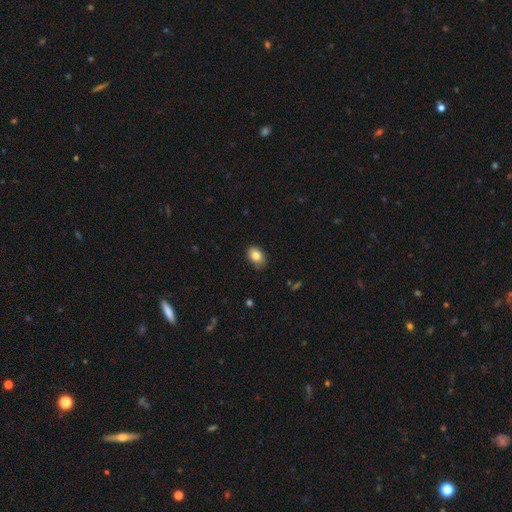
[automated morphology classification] A smooth galaxy with no disk features (82%) that is in between round and cigar-shaped (79%).

Vote fractions:
- Smooth or featured? smooth: 82% / featured or disk: 9% / star or artifact: 9%
- How rounded? in between: 79% / round: 20% / cigar-shaped: 1%
- Merging? none: 81% / minor disturbance: 15% / major disturbance: 2% / merger: 1%